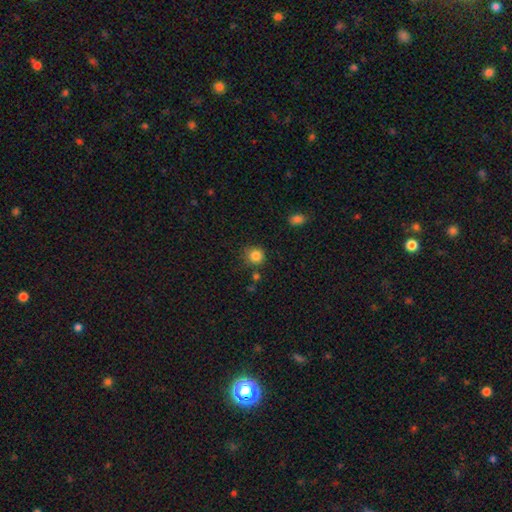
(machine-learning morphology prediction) Smooth or featured: smooth — 84% (star or artifact — 11%)
How rounded: round — 90% (in between — 9%)
Merging: none — 78% (minor disturbance — 13%)